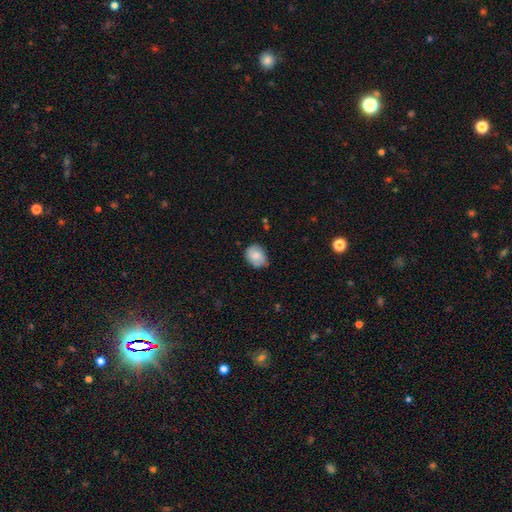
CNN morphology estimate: Overall: smooth (70%). How rounded: in between (54%; round 45%). Merging: none (67%).